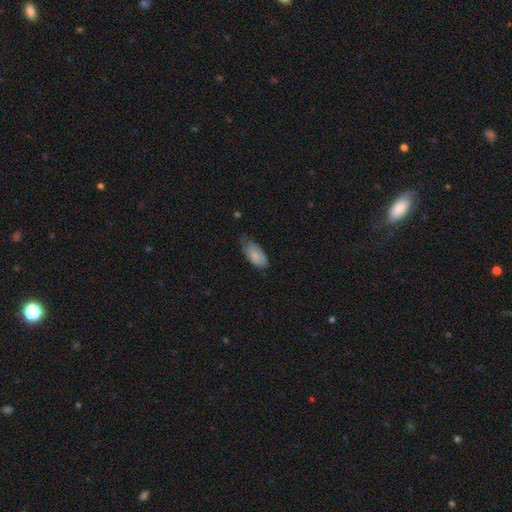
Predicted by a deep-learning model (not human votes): The model was most divided on "merging": none: 45%, minor disturbance: 43%, major disturbance: 10%, merger: 2%. More confident: how rounded — in between (92%); smooth or featured — smooth (82%).